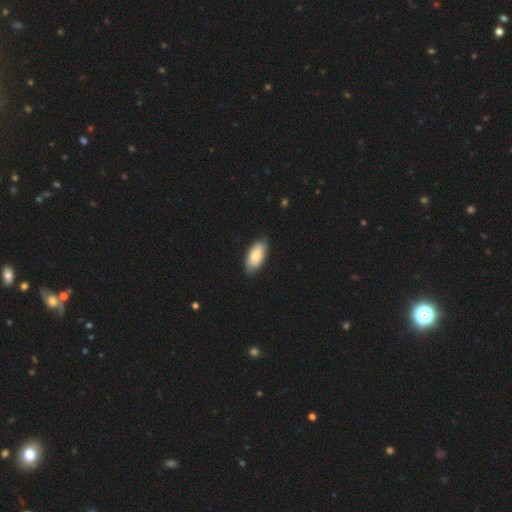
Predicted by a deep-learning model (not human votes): Morphology: type=smooth (75%); roundness=in between (92%); merging=none (80%).